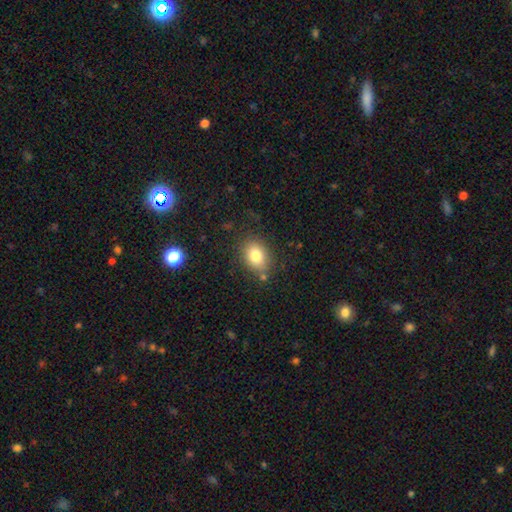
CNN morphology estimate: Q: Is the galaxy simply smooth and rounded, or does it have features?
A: smooth — 80%.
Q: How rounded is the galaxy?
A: in between — 63%.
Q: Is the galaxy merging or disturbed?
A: none — 77%.